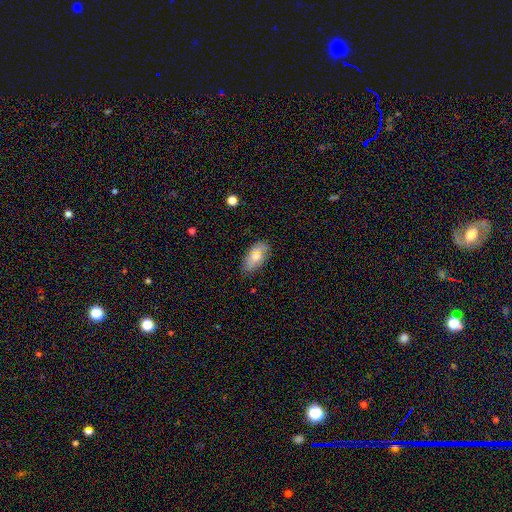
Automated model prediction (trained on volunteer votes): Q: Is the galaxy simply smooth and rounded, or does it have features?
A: smooth — 71%.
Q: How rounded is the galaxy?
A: in between — 91%.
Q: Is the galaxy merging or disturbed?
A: none — 75%.